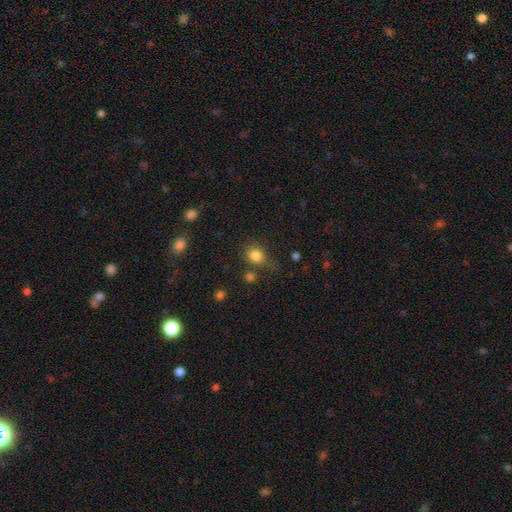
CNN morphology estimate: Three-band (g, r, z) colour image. It shows a smooth galaxy with no disk features (82%) that is round (71%). Merging: none (61%).